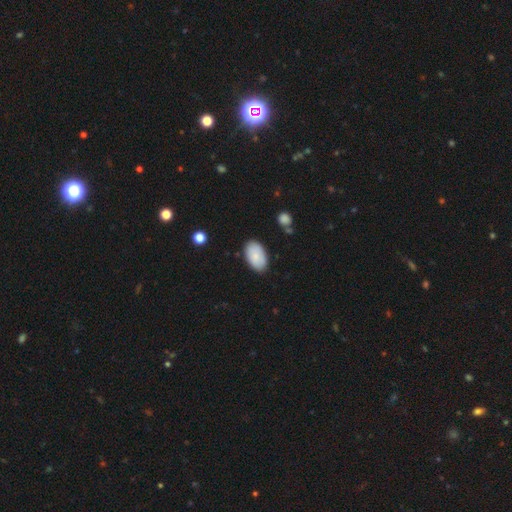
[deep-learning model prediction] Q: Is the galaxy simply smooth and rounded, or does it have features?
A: smooth — 83%.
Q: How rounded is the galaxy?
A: in between — 95%.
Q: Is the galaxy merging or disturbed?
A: none — 83%.